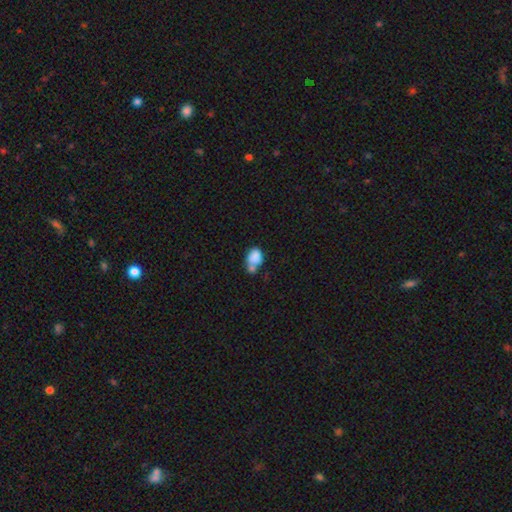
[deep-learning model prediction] smooth 78%, featured or disk 12%, star or artifact 9%. Down the decision tree: how rounded — in between (68%); merging — merger (52%).